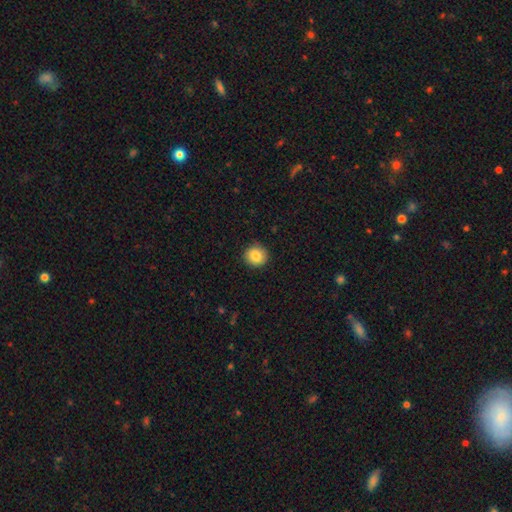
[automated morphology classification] smooth_or_featured: smooth (p=0.85) [alt: star or artifact p=0.09]
how_rounded: round (p=0.90) [alt: in between p=0.09]
merging: none (p=0.89) [alt: minor disturbance p=0.08]